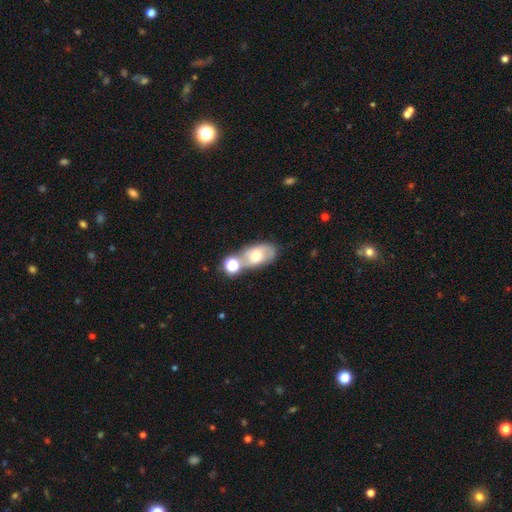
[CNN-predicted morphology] smooth-or-featured: smooth: 46% | featured or disk: 43% | star or artifact: 10%
  merging: none: 43% | merger: 31% | minor disturbance: 17% | major disturbance: 8%